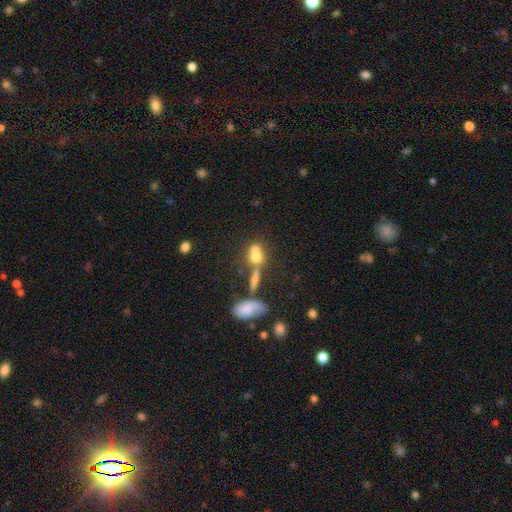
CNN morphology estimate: Smooth or featured: smooth — 62% (featured or disk — 23%)
How rounded: in between — 47% (round — 42%)
Merging: merger — 49% (none — 31%)